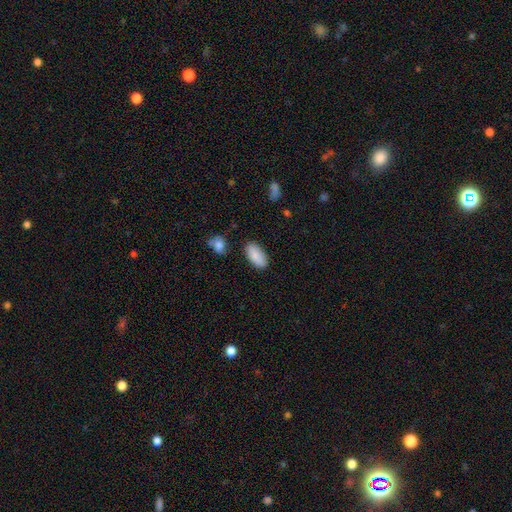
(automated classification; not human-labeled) smooth_or_featured: smooth (p=0.87) [alt: star or artifact p=0.06]
how_rounded: in between (p=0.92) [alt: cigar-shaped p=0.05]
merging: none (p=0.83) [alt: minor disturbance p=0.12]